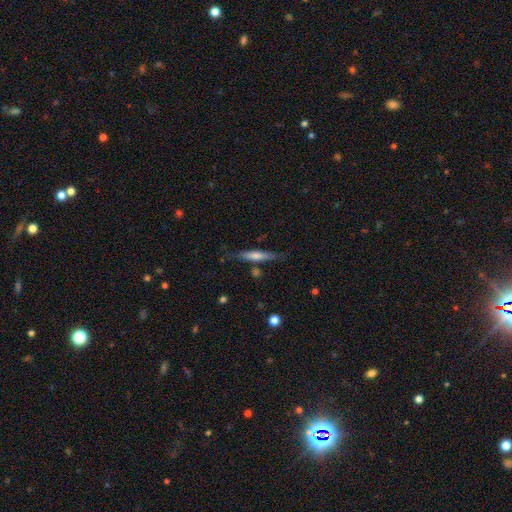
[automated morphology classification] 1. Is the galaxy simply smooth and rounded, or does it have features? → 51% featured or disk, 42% smooth, 7% star or artifact.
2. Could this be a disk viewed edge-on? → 93% yes, 7% no.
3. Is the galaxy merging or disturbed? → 80% none, 13% minor disturbance, 3% merger, 3% major disturbance.